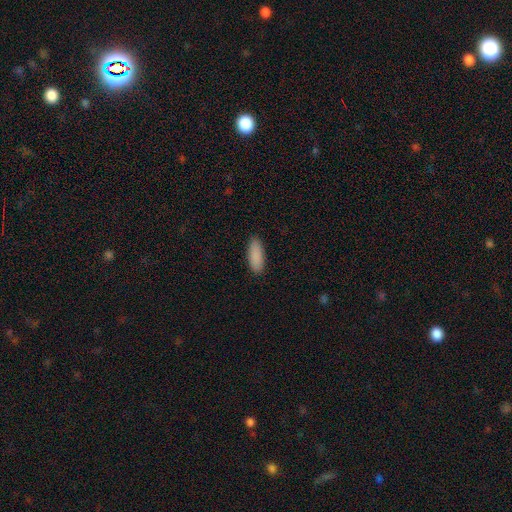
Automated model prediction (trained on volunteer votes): Smooth or featured: smooth — 90% (star or artifact — 6%)
How rounded: in between — 76% (cigar-shaped — 22%)
Merging: none — 88% (minor disturbance — 9%)